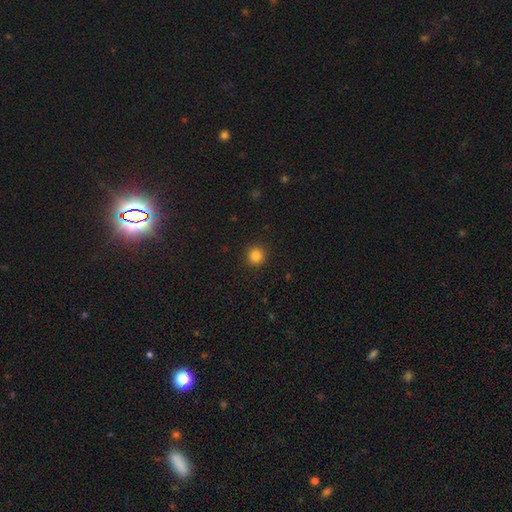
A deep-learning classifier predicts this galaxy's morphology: Smooth or featured: smooth — 84% (star or artifact — 12%)
How rounded: round — 94% (in between — 5%)
Merging: none — 92% (minor disturbance — 5%)